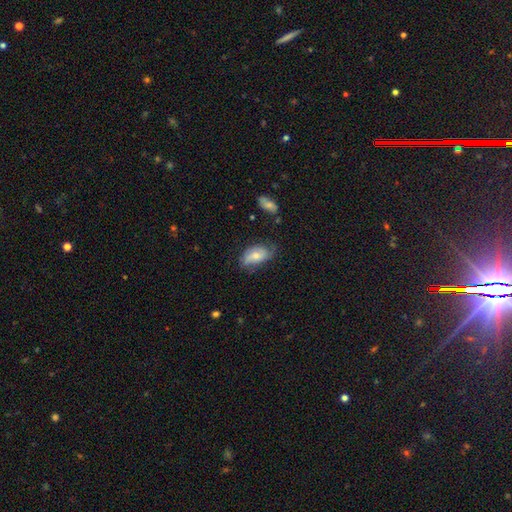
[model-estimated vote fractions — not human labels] smooth 56%, featured or disk 37%, star or artifact 7%. Down the decision tree: how rounded — in between (92%); merging — none (56%).